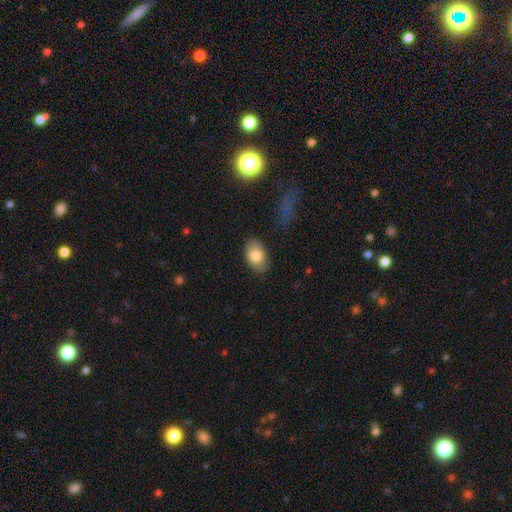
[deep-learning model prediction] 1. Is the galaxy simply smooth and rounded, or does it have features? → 81% smooth, 12% featured or disk, 7% star or artifact.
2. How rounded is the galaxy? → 89% in between, 10% round, 1% cigar-shaped.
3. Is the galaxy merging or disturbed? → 82% none, 13% minor disturbance, 3% major disturbance, 2% merger.